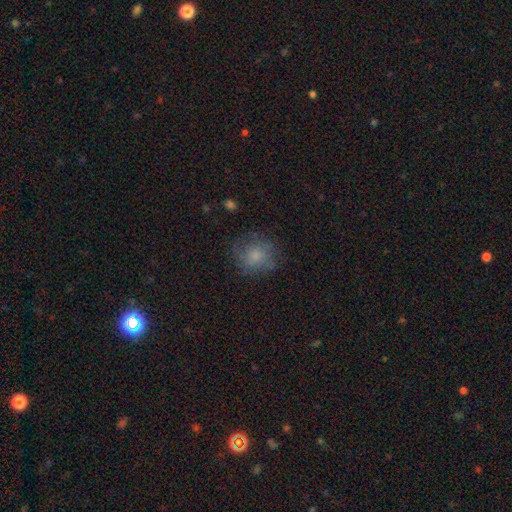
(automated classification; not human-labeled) Smooth or featured? smooth (73%)
How rounded? round (82%)
Merging? none (70%)